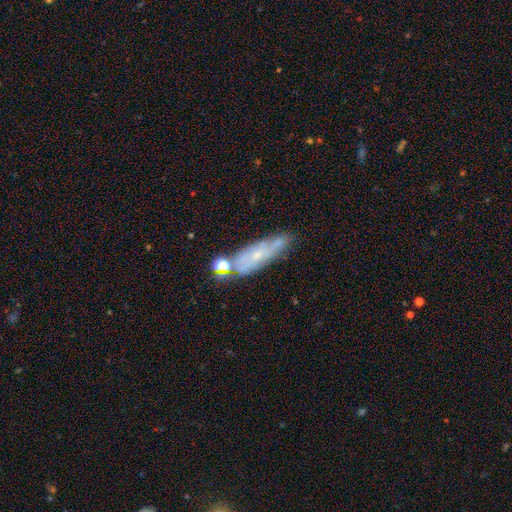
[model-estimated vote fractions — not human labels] Overall: featured or disk (55%; smooth 35%). Edge-on disk: no (73%). Merging: none (57%; minor disturbance 22%).